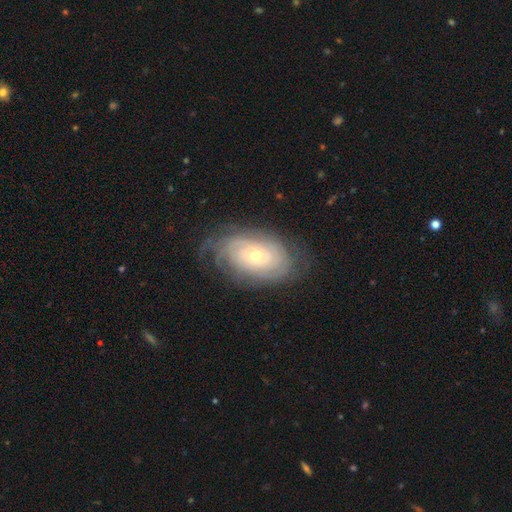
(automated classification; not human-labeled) Overall: featured or disk (75%). Edge-on disk: no (94%). Bar: no (84%). Spiral arms: yes (87%). Spiral arm count: can't tell (55%). Spiral winding: tight (80%). Bulge size: small (60%; moderate 36%). Merging: none (73%).